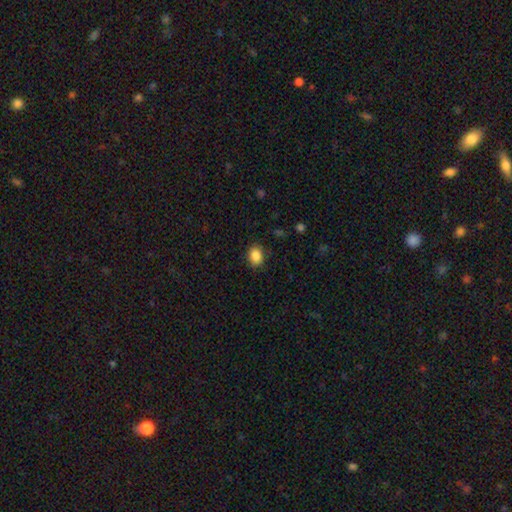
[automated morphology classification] smooth 87%, star or artifact 9%, featured or disk 4%. Down the decision tree: how rounded — in between (60%); merging — none (86%).